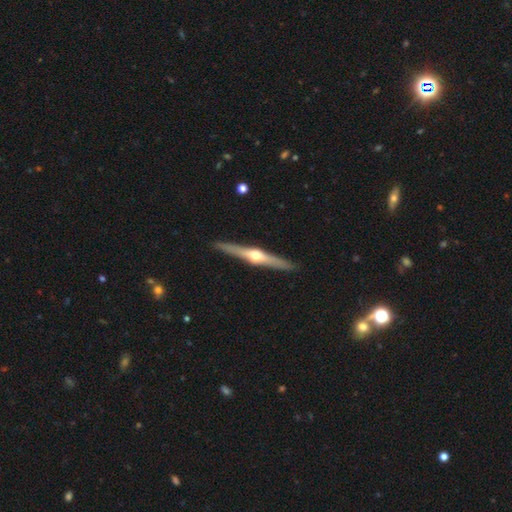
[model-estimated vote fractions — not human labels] smooth_or_featured: featured or disk (p=0.76) [alt: smooth p=0.19]
disk_edge_on: yes (p=0.98) [alt: no p=0.02]
edge_on_bulge: rounded (p=0.94) [alt: none p=0.03]
merging: none (p=0.92) [alt: minor disturbance p=0.06]